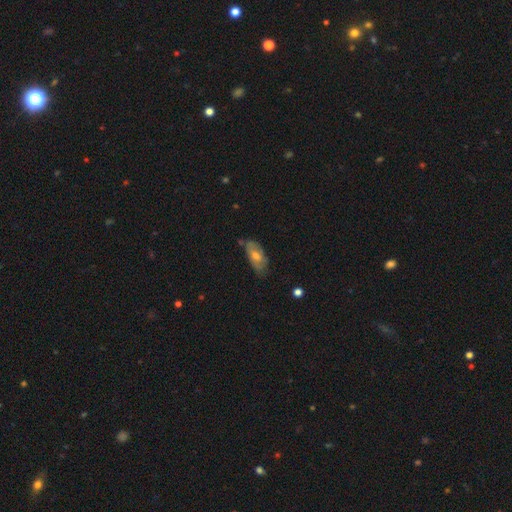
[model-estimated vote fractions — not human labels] Overall: featured or disk (47%; smooth 45%). Merging: none (60%; minor disturbance 29%).